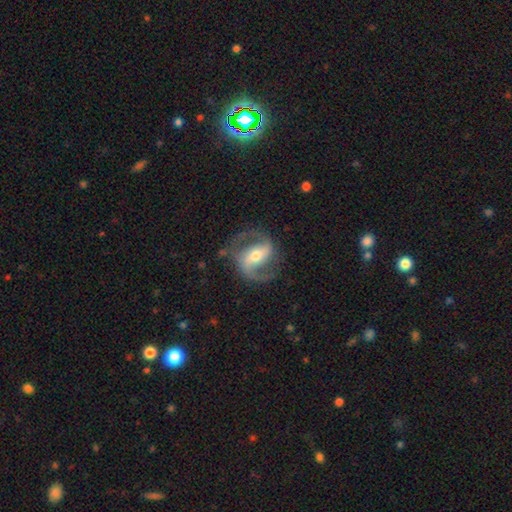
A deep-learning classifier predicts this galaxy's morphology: This appears to be a featured or disk galaxy (90%) with a strong bar (47%), 2 (93%) medium (58%) spiral arms (97%) and a moderate central bulge (60%). Merging: none (79%).